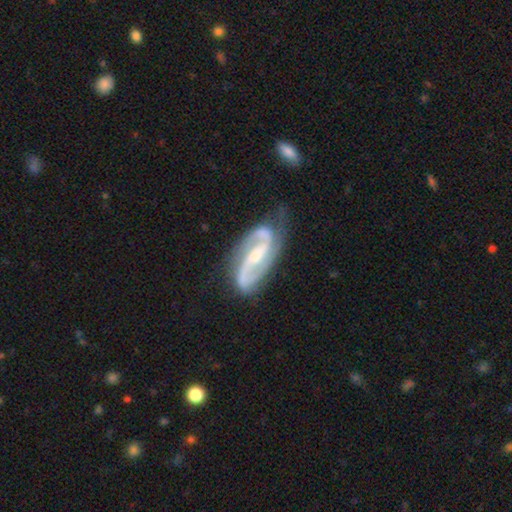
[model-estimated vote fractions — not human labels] Smooth or featured?
  - featured or disk: 91% *
  - smooth: 5%
  - star or artifact: 4%
Edge-on disk?
  - no: 96% *
  - yes: 4%
Bar?
  - strong: 39% *
  - weak: 38%
  - no: 23%
Spiral arms?
  - yes: 98% *
  - no: 2%
Spiral winding?
  - medium: 55% *
  - tight: 26%
  - loose: 19%
Spiral arm count?
  - 2: 92% *
  - can't tell: 3%
  - 3: 2%
  - 1: 1%
  - 4: 1%
  - more than 4: 1%
Bulge size?
  - moderate: 45% *
  - small: 43%
  - none: 6%
  - large: 4%
  - dominant: 1%
Merging?
  - none: 70% *
  - minor disturbance: 20%
  - major disturbance: 7%
  - merger: 2%